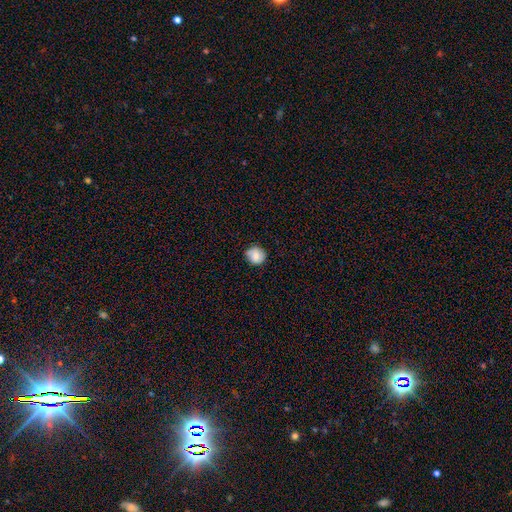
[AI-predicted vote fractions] Q: Smooth or featured?
A: smooth (74%); runner-up: featured or disk (17%)
Q: How rounded?
A: round (85%); runner-up: in between (14%)
Q: Merging?
A: none (77%); runner-up: minor disturbance (18%)